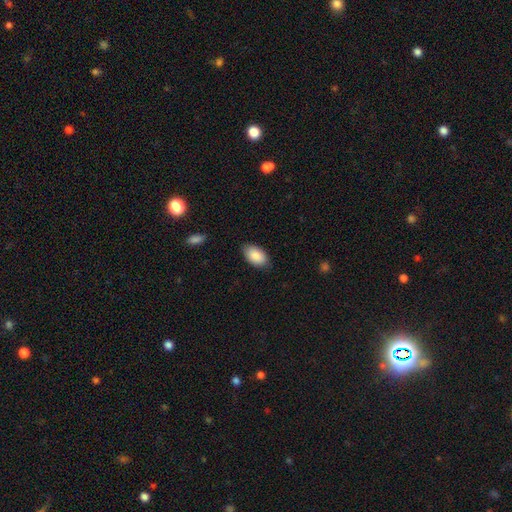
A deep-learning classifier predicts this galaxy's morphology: Smooth or featured? Predicted: smooth (p=0.88). How rounded? Predicted: in between (p=0.94). Merging? Predicted: none (p=0.84).